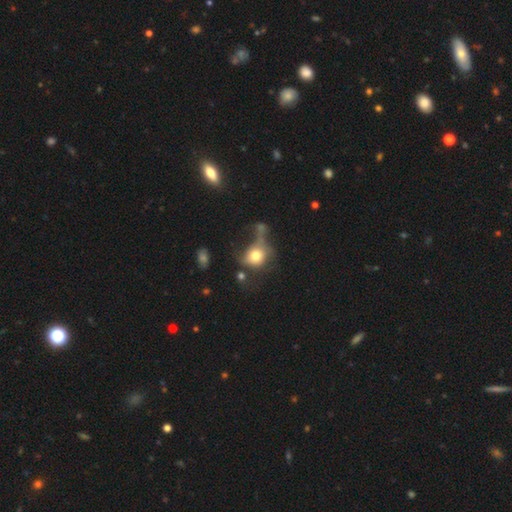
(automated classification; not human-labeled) Q: Smooth or featured?
A: smooth (71%); runner-up: featured or disk (18%)
Q: How rounded?
A: round (69%); runner-up: in between (29%)
Q: Merging?
A: major disturbance (30%); runner-up: none (29%)